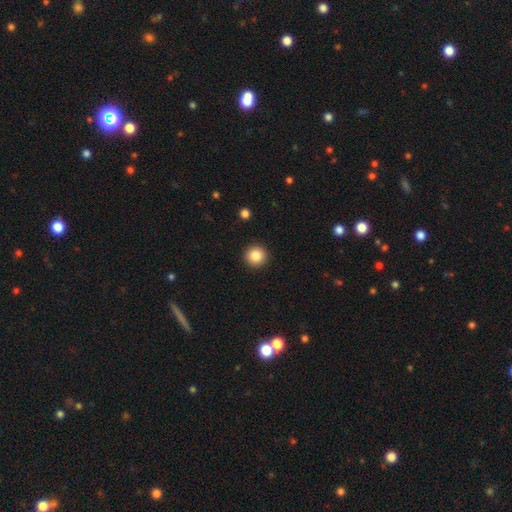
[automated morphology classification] Smooth or featured? smooth (85%)
How rounded? round (95%)
Merging? none (93%)